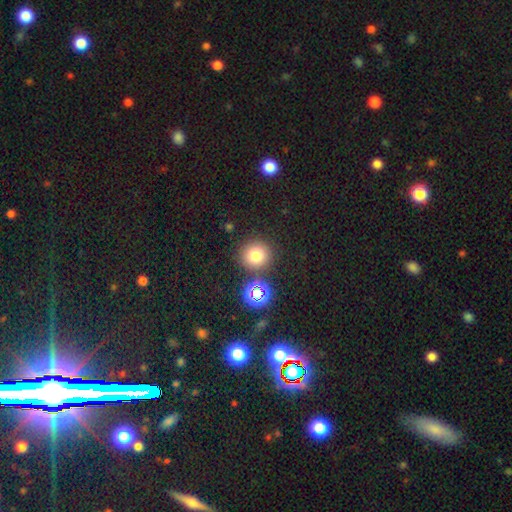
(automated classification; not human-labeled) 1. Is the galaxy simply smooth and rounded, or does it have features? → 74% smooth, 19% star or artifact, 7% featured or disk.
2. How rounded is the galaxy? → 91% round, 8% in between, 1% cigar-shaped.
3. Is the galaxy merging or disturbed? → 81% none, 8% merger, 8% minor disturbance, 3% major disturbance.